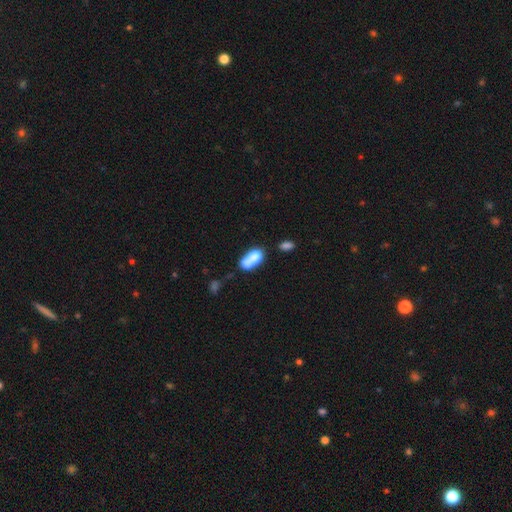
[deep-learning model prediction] Smooth or featured? Predicted: smooth (p=0.71). How rounded? Predicted: in between (p=0.81). Merging? Predicted: merger (p=0.53).